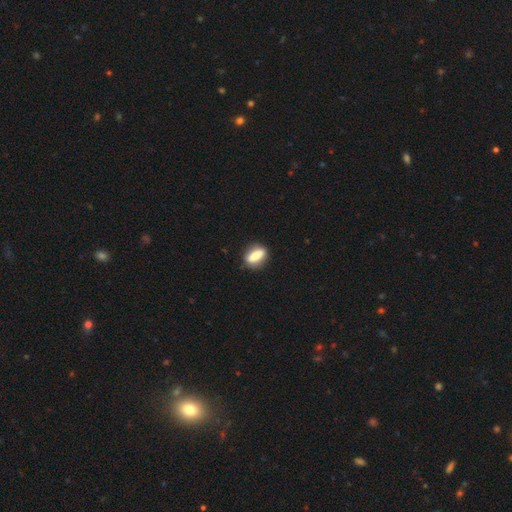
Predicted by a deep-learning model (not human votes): smooth 62%, featured or disk 29%, star or artifact 8%. Down the decision tree: how rounded — in between (55%); merging — none (87%).